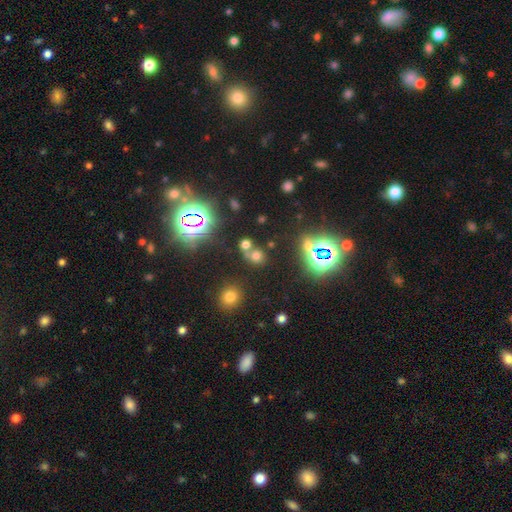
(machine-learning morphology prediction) Overall: smooth (54%; star or artifact 37%). How rounded: round (78%). Merging: none (51%; merger 36%).